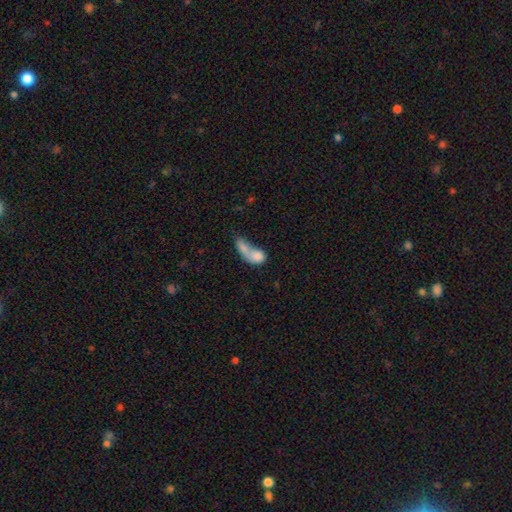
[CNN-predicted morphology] Overall: smooth (73%). How rounded: in between (67%). Merging: merger (67%).